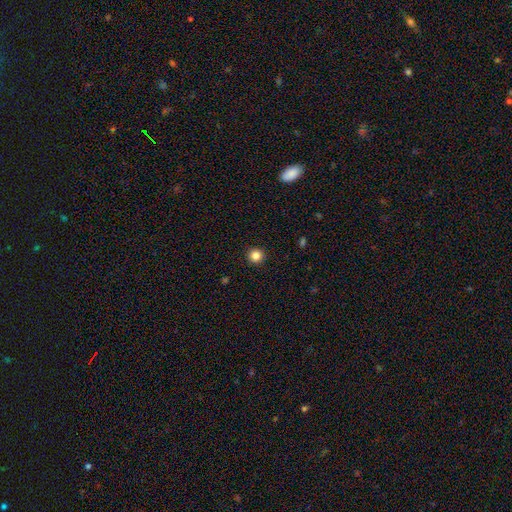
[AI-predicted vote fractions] smooth 84%, star or artifact 12%, featured or disk 4%. Down the decision tree: how rounded — round (95%); merging — none (93%).